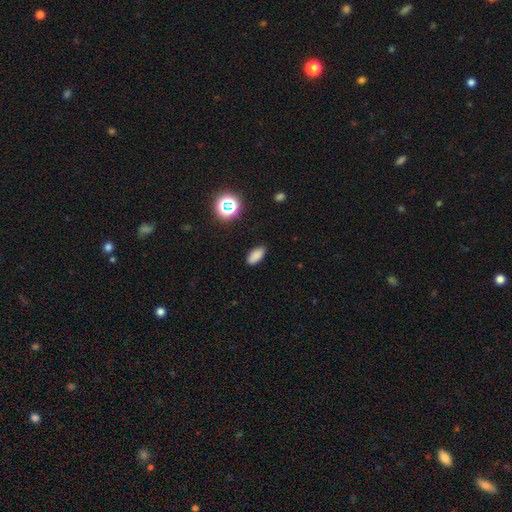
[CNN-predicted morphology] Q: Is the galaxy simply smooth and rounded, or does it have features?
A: smooth — 82%.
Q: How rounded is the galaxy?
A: in between — 89%.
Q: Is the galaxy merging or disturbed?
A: none — 86%.